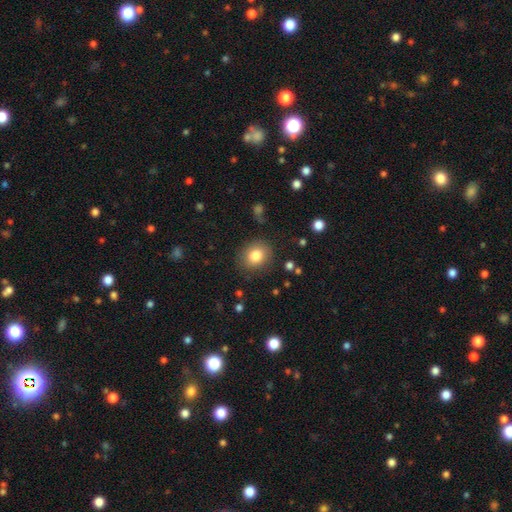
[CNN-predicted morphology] type=smooth (82%); roundness=round (68%); merging=none (84%).